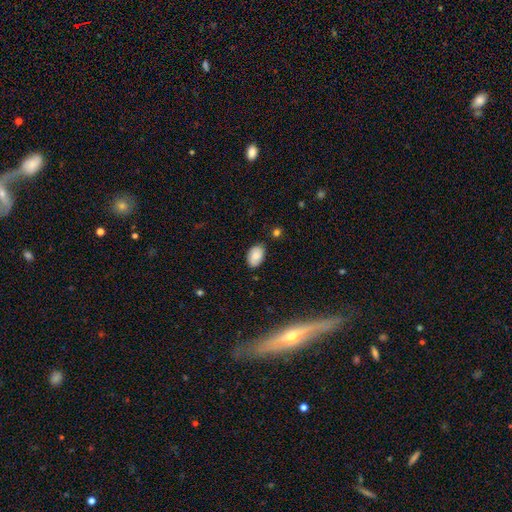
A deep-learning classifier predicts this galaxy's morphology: Smooth or featured? smooth (82%)
How rounded? in between (91%)
Merging? none (80%)